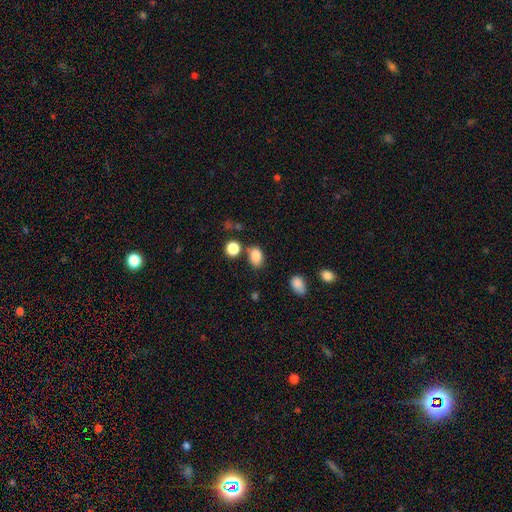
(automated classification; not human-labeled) Overall: smooth (85%). How rounded: in between (77%). Merging: none (66%).